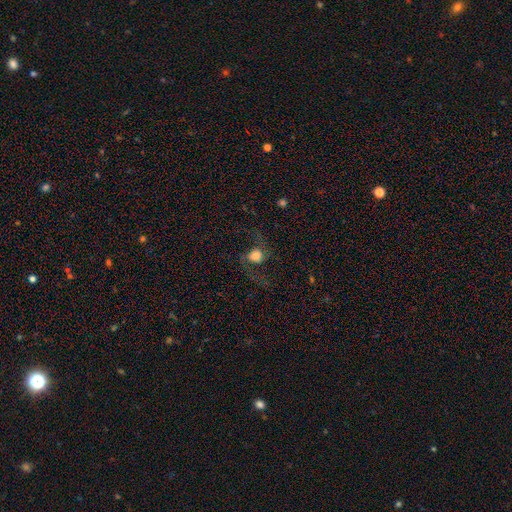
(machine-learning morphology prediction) A featured or disk galaxy (57%) with no bar (69%), spiral arms (89%) and a large central bulge (39%).

Vote fractions:
- Smooth or featured? featured or disk: 57% / smooth: 32% / star or artifact: 11%
- Edge-on disk? no: 95% / yes: 5%
- Bar? no: 69% / weak: 24% / strong: 7%
- Spiral arms? yes: 89% / no: 11%
- Bulge size? large: 39% / moderate: 30% / dominant: 18% / small: 10% / none: 4%
- Merging? none: 62% / major disturbance: 22% / minor disturbance: 15% / merger: 2%